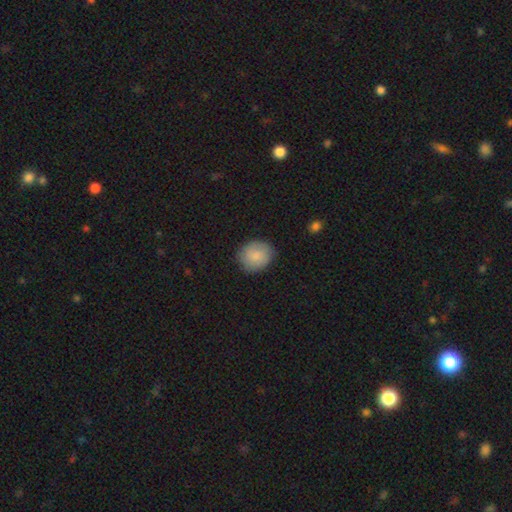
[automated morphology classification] smooth_or_featured: smooth (p=0.84) [alt: featured or disk p=0.09]
how_rounded: round (p=0.72) [alt: in between p=0.27]
merging: none (p=0.83) [alt: minor disturbance p=0.13]